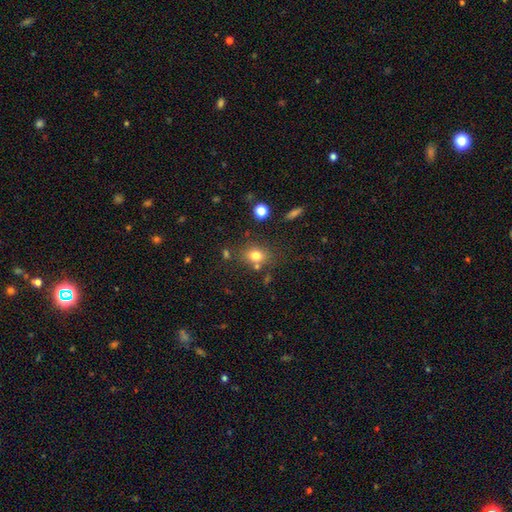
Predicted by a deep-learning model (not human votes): This is likely a smooth galaxy (76%). How rounded: possibly round (52%). Merging: likely none (71%).